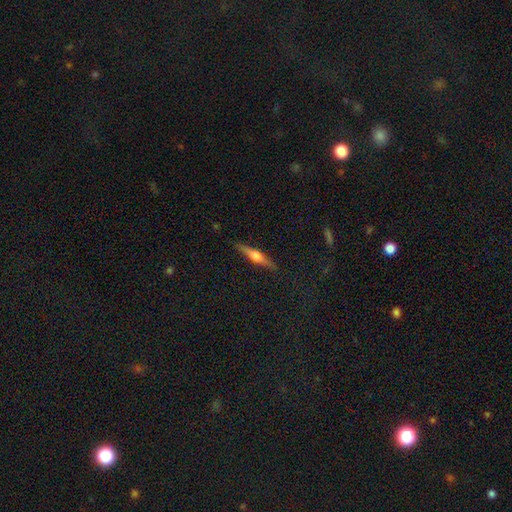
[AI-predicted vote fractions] smooth_or_featured: featured or disk (p=0.63) [alt: smooth p=0.30]
disk_edge_on: yes (p=0.97) [alt: no p=0.03]
edge_on_bulge: rounded (p=0.88) [alt: boxy p=0.08]
merging: none (p=0.89) [alt: minor disturbance p=0.08]